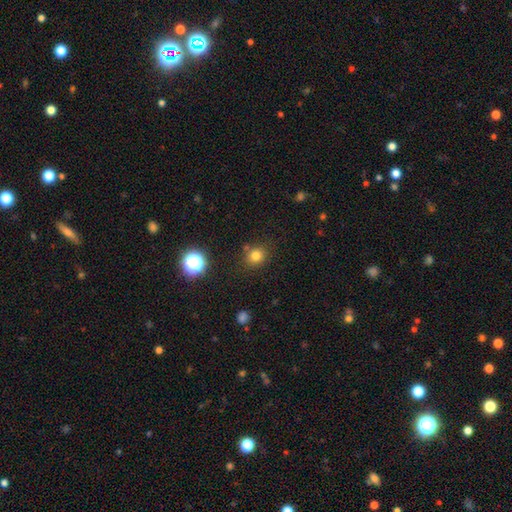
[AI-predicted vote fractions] smooth-or-featured: smooth: 78% | star or artifact: 16% | featured or disk: 6%
  how-rounded: round: 84% | in between: 15% | cigar-shaped: 1%
  merging: none: 80% | minor disturbance: 10% | merger: 6% | major disturbance: 3%